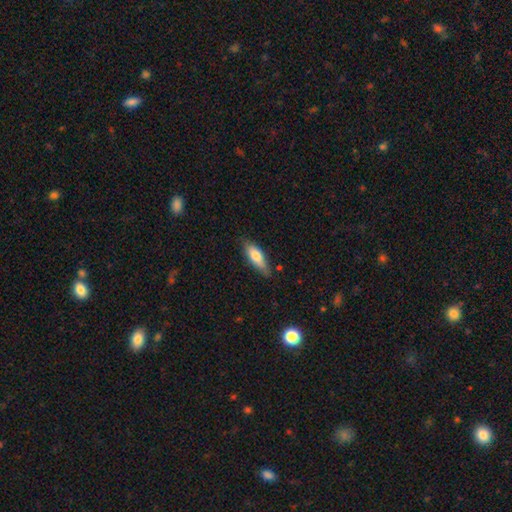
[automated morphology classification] smooth_or_featured: smooth (p=0.74) [alt: featured or disk p=0.20]
how_rounded: in between (p=0.58) [alt: cigar-shaped p=0.40]
merging: none (p=0.76) [alt: minor disturbance p=0.19]